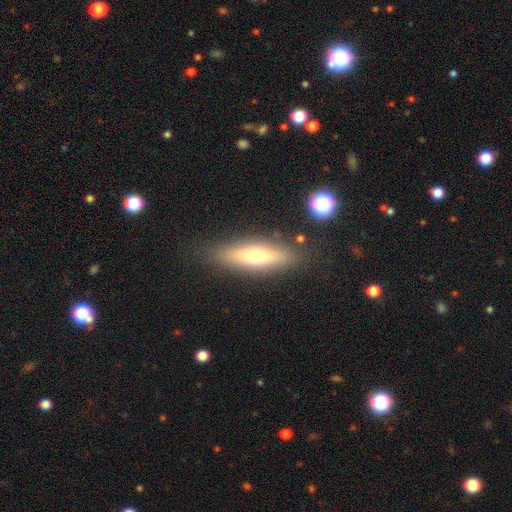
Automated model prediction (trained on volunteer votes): Smooth or featured? smooth (54%)
How rounded? cigar-shaped (64%)
Merging? none (84%)